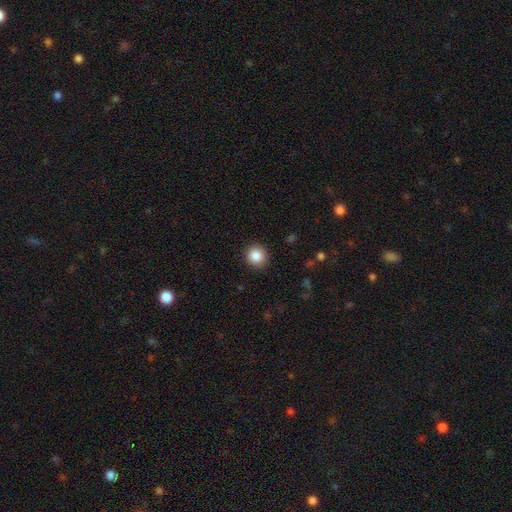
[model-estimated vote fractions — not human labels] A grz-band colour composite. It shows a smooth galaxy with no disk features (85%) that is round (92%). Merging: none (91%).